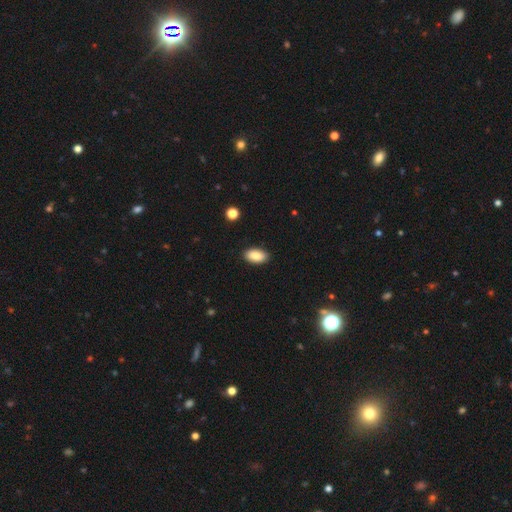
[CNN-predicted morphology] Q: Smooth or featured?
A: smooth (88%); runner-up: star or artifact (7%)
Q: How rounded?
A: in between (94%); runner-up: round (3%)
Q: Merging?
A: none (89%); runner-up: minor disturbance (8%)